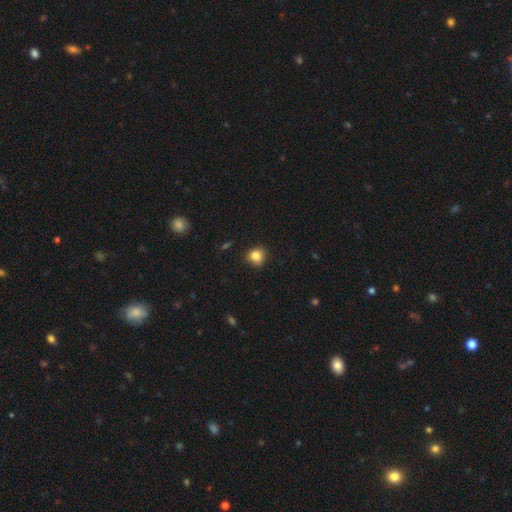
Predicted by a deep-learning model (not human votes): Smooth or featured? smooth (84%)
How rounded? round (82%)
Merging? none (82%)